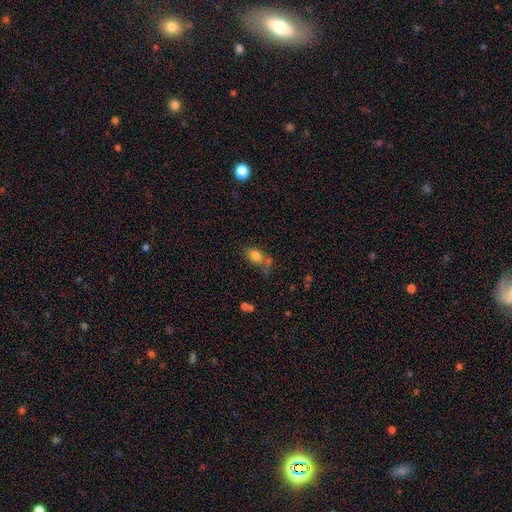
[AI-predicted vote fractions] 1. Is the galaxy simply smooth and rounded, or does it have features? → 80% smooth, 10% star or artifact, 10% featured or disk.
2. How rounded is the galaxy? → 72% in between, 26% round, 2% cigar-shaped.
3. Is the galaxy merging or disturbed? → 49% none, 22% merger, 20% minor disturbance, 10% major disturbance.